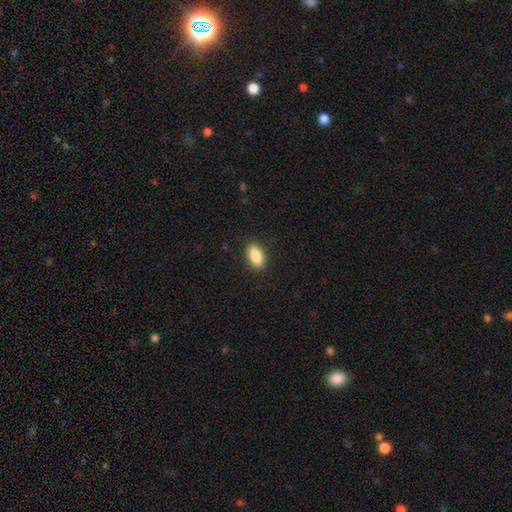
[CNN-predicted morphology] This is clearly a smooth galaxy (88%). How rounded: clearly in between (91%). Merging: clearly none (89%).